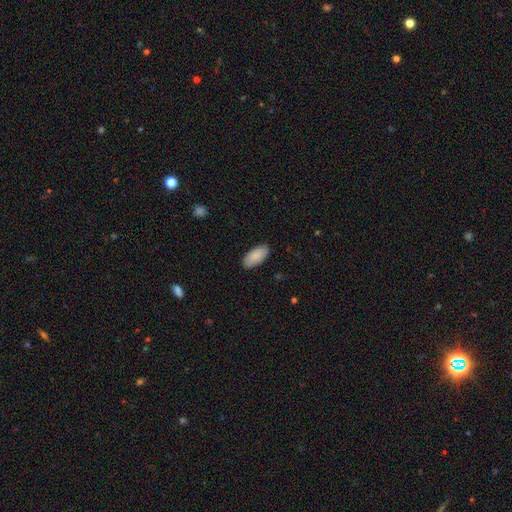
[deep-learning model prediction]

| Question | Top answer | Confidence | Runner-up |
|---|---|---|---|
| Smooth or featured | smooth | 89% | featured or disk (6%) |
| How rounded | in between | 92% | cigar-shaped (7%) |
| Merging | none | 87% | minor disturbance (10%) |